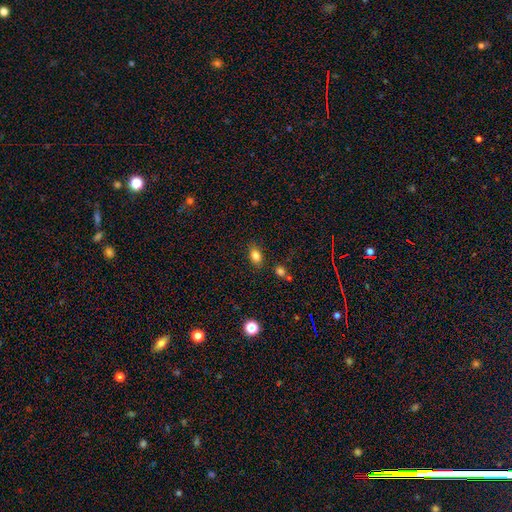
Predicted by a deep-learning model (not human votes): This appears to be a smooth galaxy with no disk features (83%) that is in between round and cigar-shaped (83%). Merging: none (84%).